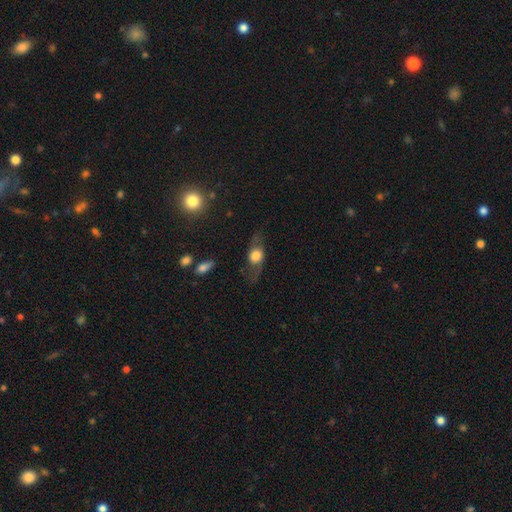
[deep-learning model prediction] Smooth or featured?
  - featured or disk: 46% * (tied)
  - smooth: 46% * (tied)
  - star or artifact: 8%
Merging?
  - none: 65% *
  - minor disturbance: 19%
  - major disturbance: 14%
  - merger: 2%